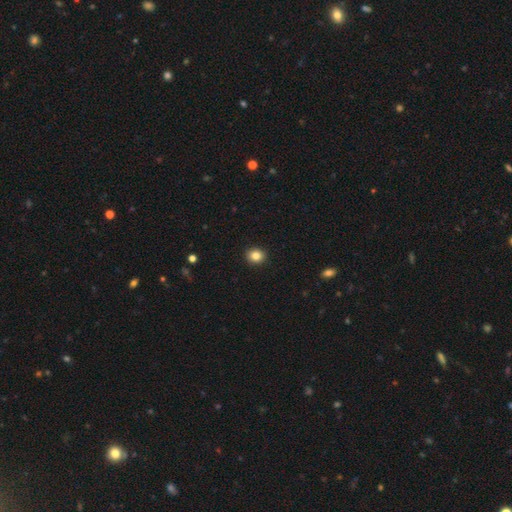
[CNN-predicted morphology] smooth 85%, star or artifact 10%, featured or disk 5%. Down the decision tree: how rounded — round (72%); merging — none (92%).